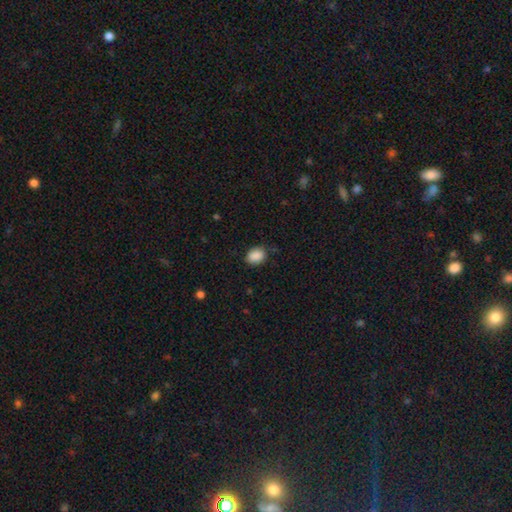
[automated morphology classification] Smooth or featured? smooth (88%)
How rounded? in between (66%)
Merging? none (79%)